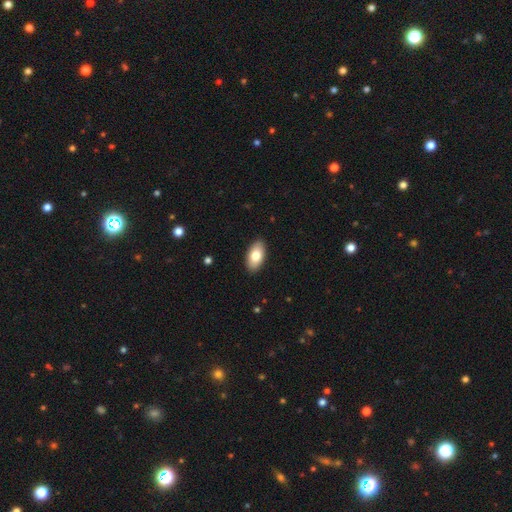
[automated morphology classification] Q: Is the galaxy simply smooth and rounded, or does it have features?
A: smooth — 78%.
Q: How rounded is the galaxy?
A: in between — 94%.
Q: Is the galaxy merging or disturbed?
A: none — 90%.